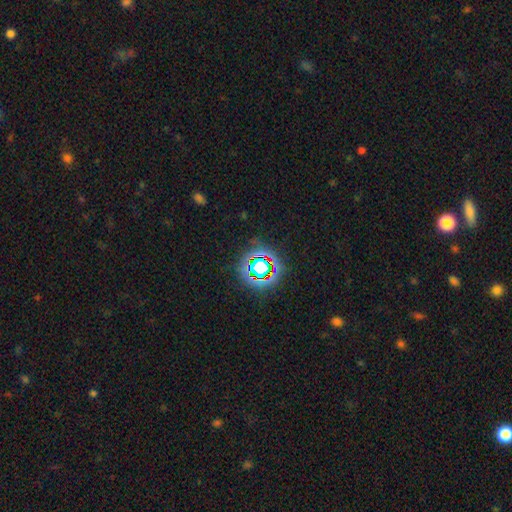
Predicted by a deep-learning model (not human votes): smooth-or-featured: star or artifact: 75% | smooth: 17% | featured or disk: 8%